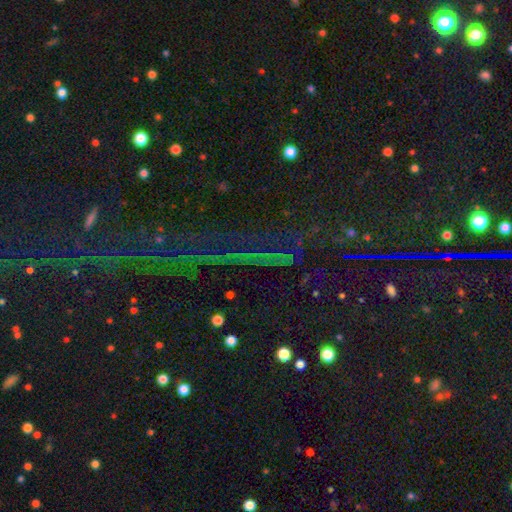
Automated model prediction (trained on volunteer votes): Morphology: type=star or artifact (85%).